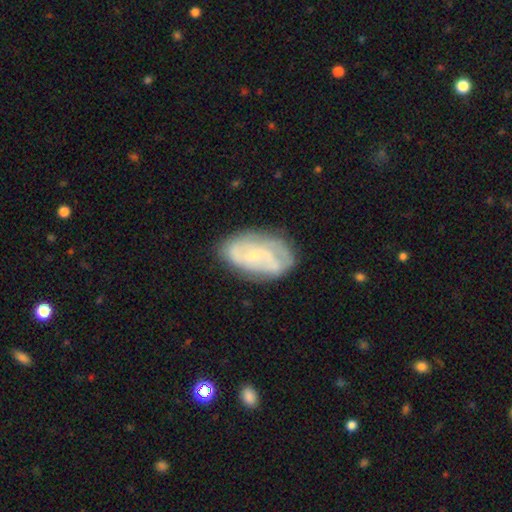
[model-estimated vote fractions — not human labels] Q: Smooth or featured?
A: featured or disk (72%); runner-up: smooth (22%)
Q: Edge-on disk?
A: no (96%); runner-up: yes (4%)
Q: Bar?
A: no (64%); runner-up: weak (29%)
Q: Spiral arms?
A: yes (84%); runner-up: no (16%)
Q: Spiral winding?
A: tight (46%); runner-up: medium (39%)
Q: Spiral arm count?
A: 2 (39%); runner-up: can't tell (35%)
Q: Bulge size?
A: small (74%); runner-up: moderate (21%)
Q: Merging?
A: none (70%); runner-up: minor disturbance (21%)